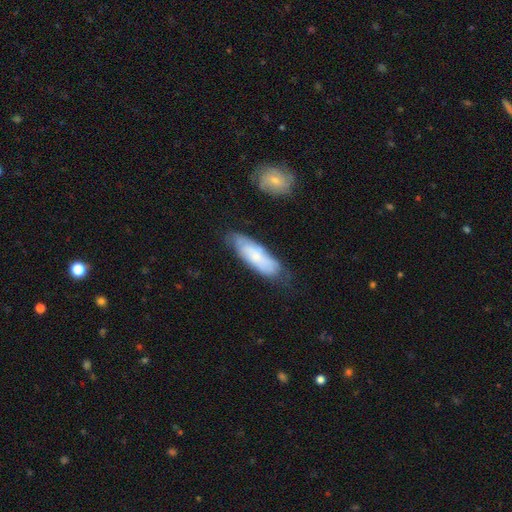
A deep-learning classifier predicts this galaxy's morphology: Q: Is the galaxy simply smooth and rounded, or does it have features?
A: smooth — 58%.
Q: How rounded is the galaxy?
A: in between — 58%.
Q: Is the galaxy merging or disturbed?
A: none — 65%.